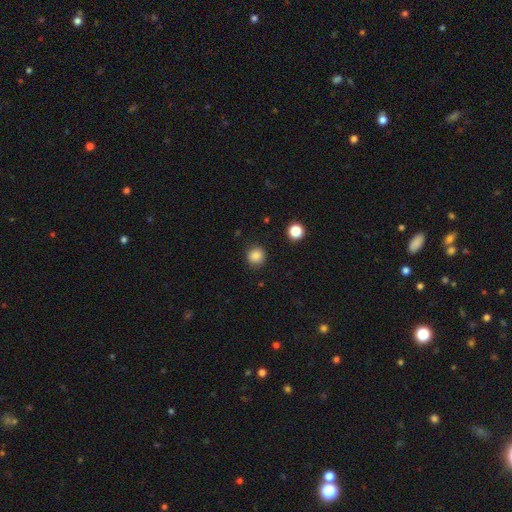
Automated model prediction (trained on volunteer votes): This is clearly a smooth galaxy (85%). How rounded: clearly round (89%). Merging: clearly none (86%).